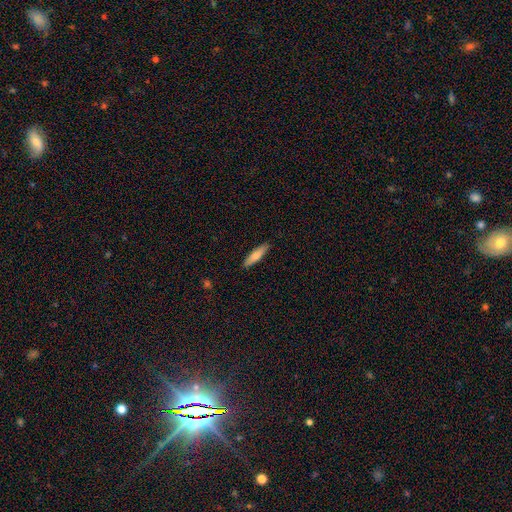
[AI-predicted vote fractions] smooth 75%, featured or disk 19%, star or artifact 6%. Down the decision tree: how rounded — cigar-shaped (75%); merging — none (89%).